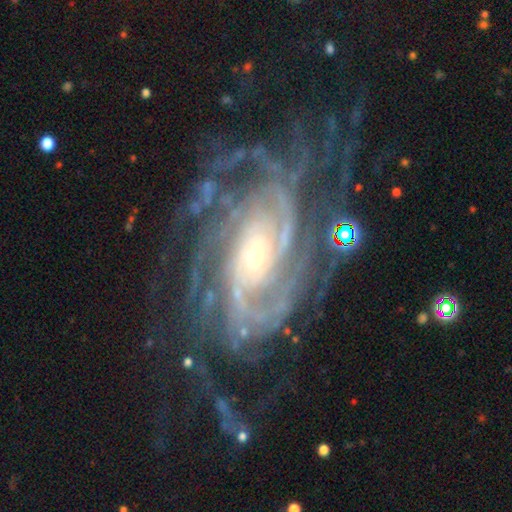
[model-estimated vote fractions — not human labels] This is clearly a featured or disk galaxy (91%). It is clearly not viewed edge-on (96%). Bar: possibly no (59%). Spiral arm pattern: clearly yes (98%). Spiral arm count: marginally can't tell (21%, tied with 4). Spiral winding: likely tight (69%). Central bulge: likely small (69%). Merging: likely none (65%).